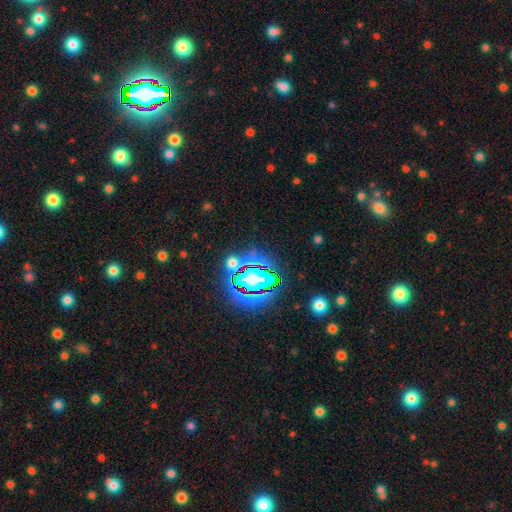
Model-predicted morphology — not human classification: smooth_or_featured: star or artifact (p=0.76) [alt: smooth p=0.14]